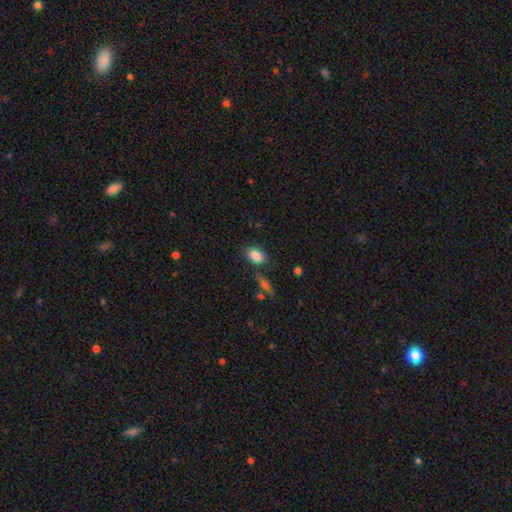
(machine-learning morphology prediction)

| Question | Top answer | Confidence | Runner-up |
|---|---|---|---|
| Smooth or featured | smooth | 84% | star or artifact (8%) |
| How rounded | in between | 80% | round (18%) |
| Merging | none | 77% | minor disturbance (14%) |